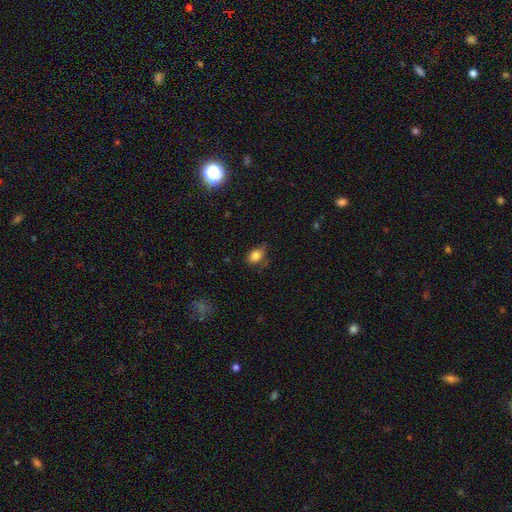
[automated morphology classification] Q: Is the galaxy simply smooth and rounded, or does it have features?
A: smooth — 83%.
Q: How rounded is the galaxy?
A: in between — 74%.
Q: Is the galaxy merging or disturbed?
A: none — 59%.